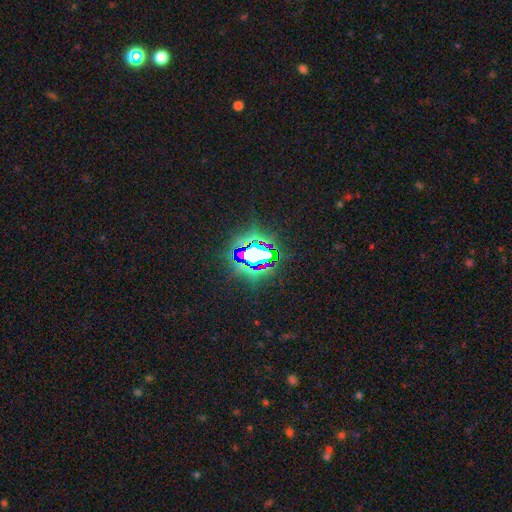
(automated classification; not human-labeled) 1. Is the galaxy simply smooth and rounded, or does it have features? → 71% star or artifact, 17% smooth, 13% featured or disk.